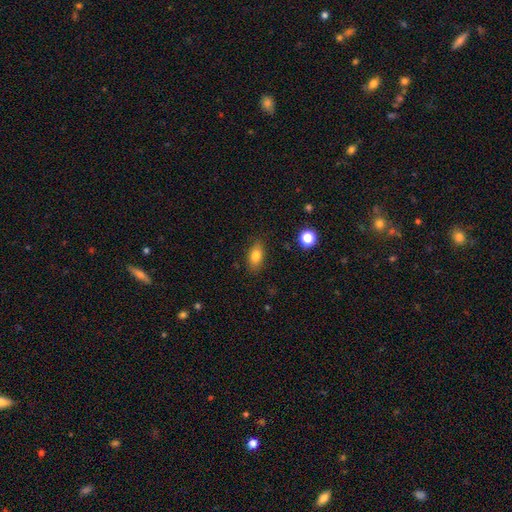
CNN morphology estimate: Overall: smooth (79%). How rounded: in between (83%). Merging: none (84%).